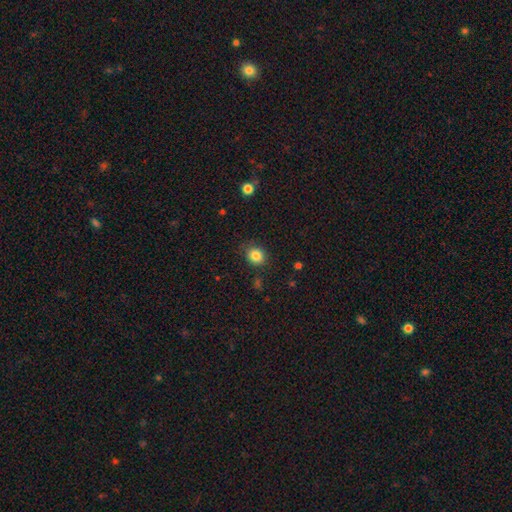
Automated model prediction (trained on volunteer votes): Q: Smooth or featured?
A: smooth (84%); runner-up: star or artifact (11%)
Q: How rounded?
A: round (73%); runner-up: in between (26%)
Q: Merging?
A: none (83%); runner-up: minor disturbance (13%)